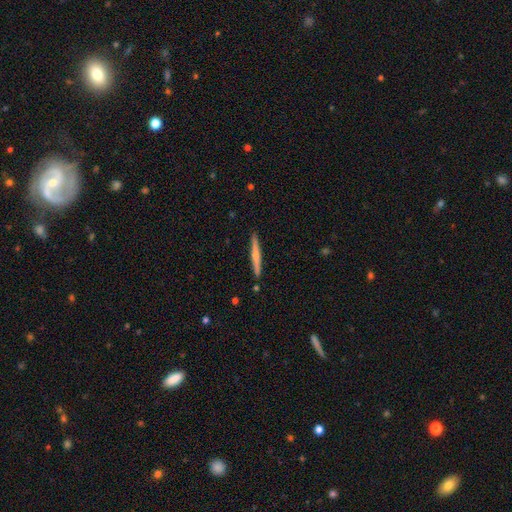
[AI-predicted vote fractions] Smooth or featured? featured or disk (48%)
Merging? none (91%)